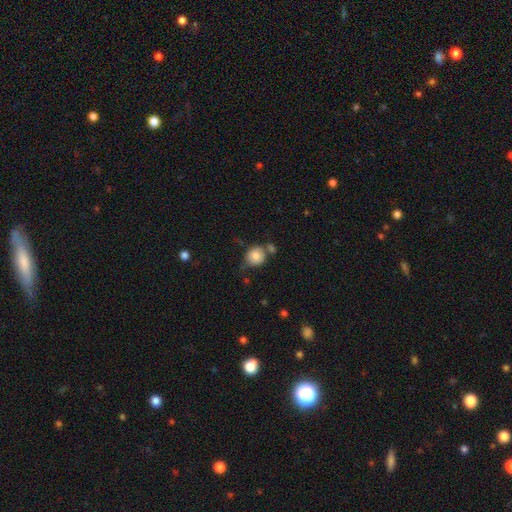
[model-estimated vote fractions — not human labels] This appears to be a smooth galaxy with no disk features (80%) that is round (84%). Merging: none (54%).